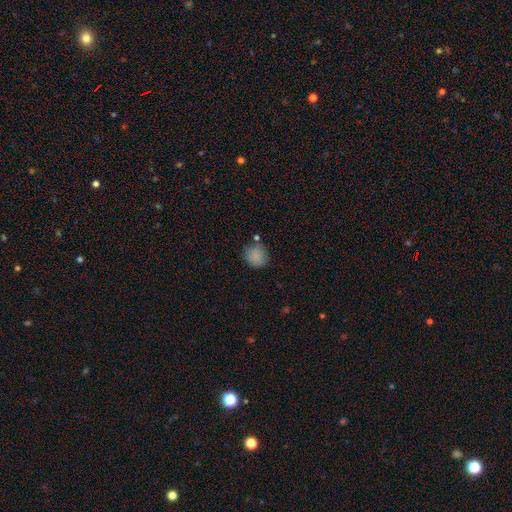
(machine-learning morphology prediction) A smooth galaxy with no disk features (84%) that is round (81%). Merging: none (70%).